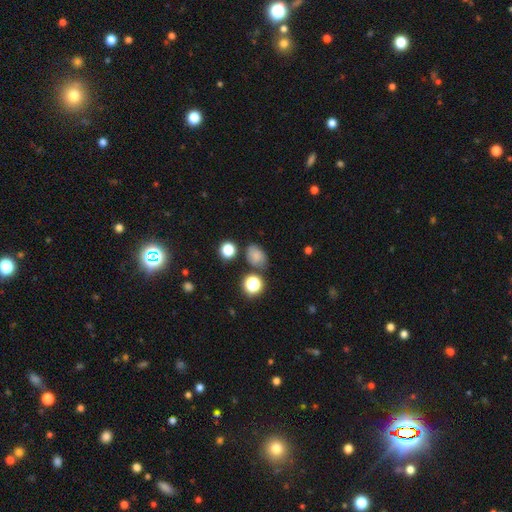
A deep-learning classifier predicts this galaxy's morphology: This is likely a smooth galaxy (68%). How rounded: likely in between (63%). Merging: likely none (67%).